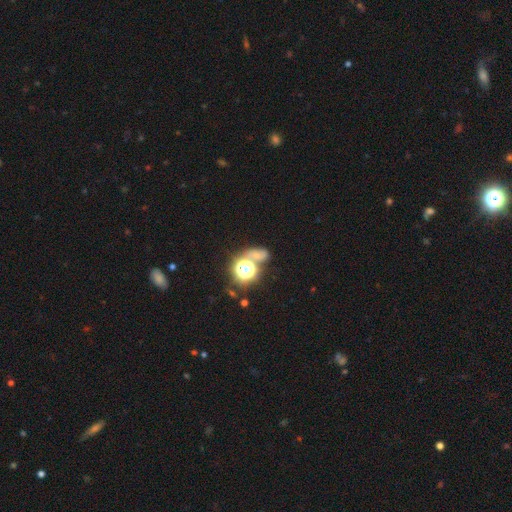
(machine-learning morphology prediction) A star or artifact, not a galaxy (48%).